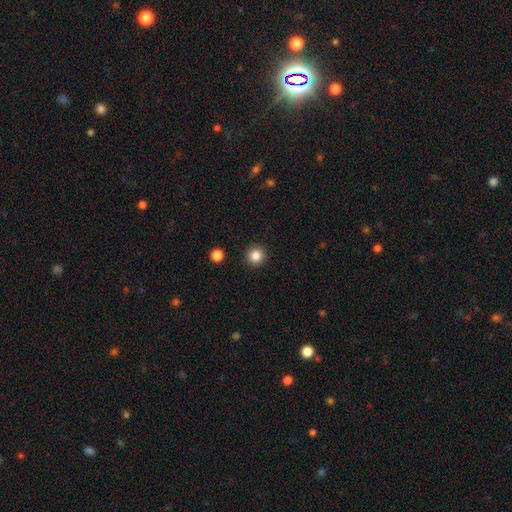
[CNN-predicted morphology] A smooth galaxy with no disk features (85%) that is round (95%).

Vote fractions:
- Smooth or featured? smooth: 85% / star or artifact: 11% / featured or disk: 4%
- How rounded? round: 95% / in between: 4% / cigar-shaped: 1%
- Merging? none: 93% / minor disturbance: 4% / major disturbance: 2% / merger: 1%